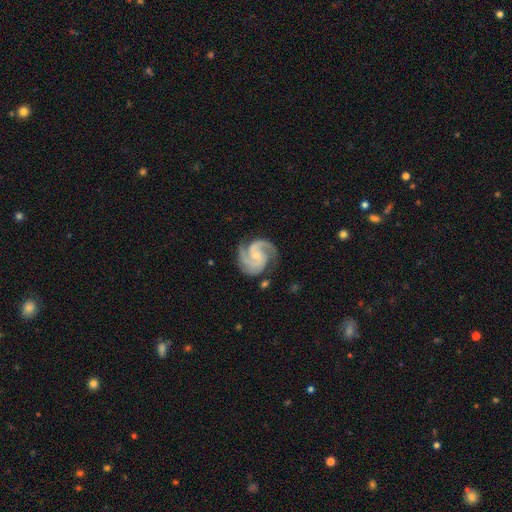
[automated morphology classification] Smooth or featured? featured or disk (93%)
Edge-on disk? no (98%)
Bar? no (57%)
Spiral arms? yes (99%)
Spiral winding? medium (52%)
Spiral arm count? 2 (44%)
Bulge size? small (70%)
Merging? none (76%)